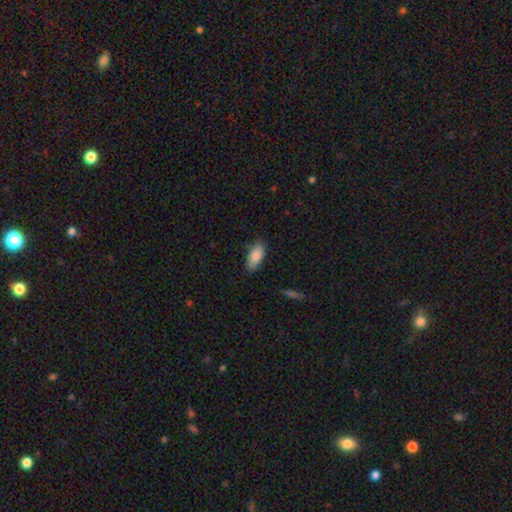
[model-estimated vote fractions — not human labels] Morphology: type=smooth (86%); roundness=in between (89%); merging=none (75%).